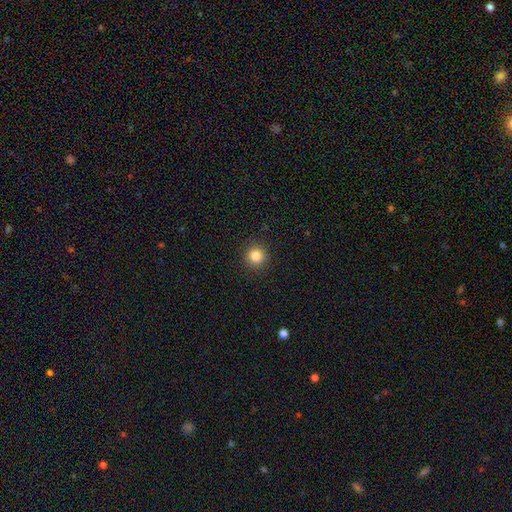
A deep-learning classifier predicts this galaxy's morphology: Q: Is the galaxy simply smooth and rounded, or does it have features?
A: smooth — 83%.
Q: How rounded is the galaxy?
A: round — 95%.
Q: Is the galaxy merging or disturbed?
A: none — 92%.